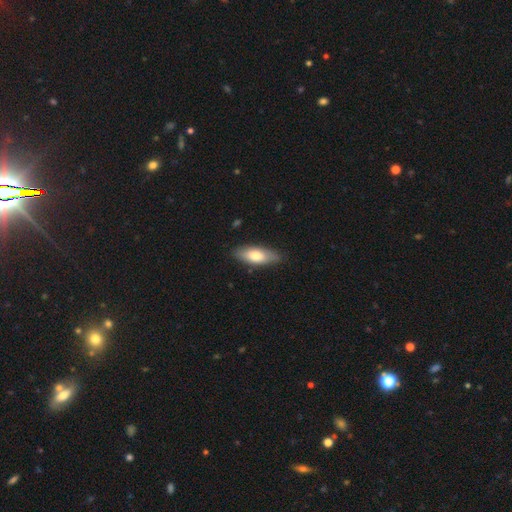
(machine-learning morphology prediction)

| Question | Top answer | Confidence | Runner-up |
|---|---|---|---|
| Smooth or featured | smooth | 71% | featured or disk (23%) |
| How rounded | in between | 71% | cigar-shaped (27%) |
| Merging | none | 83% | minor disturbance (14%) |